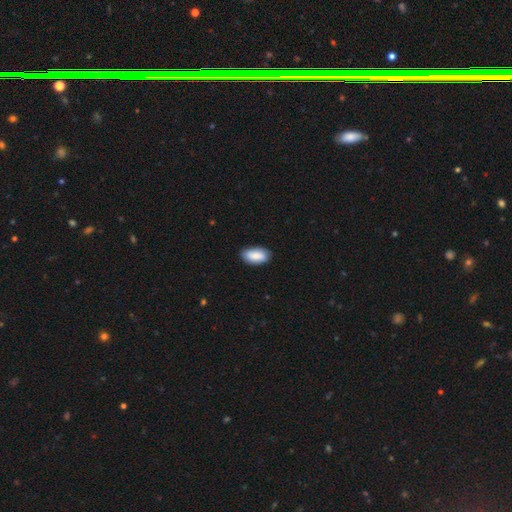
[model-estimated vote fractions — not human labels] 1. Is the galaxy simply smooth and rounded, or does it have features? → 83% smooth, 11% featured or disk, 6% star or artifact.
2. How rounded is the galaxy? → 93% in between, 4% cigar-shaped, 3% round.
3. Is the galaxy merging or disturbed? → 85% none, 12% minor disturbance, 2% major disturbance, 1% merger.